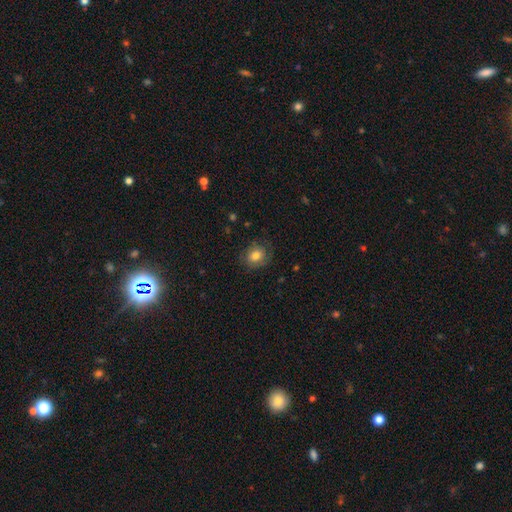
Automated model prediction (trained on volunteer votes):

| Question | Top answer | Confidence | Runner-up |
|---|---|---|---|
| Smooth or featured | smooth | 74% | featured or disk (17%) |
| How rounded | round | 61% | in between (38%) |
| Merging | none | 74% | minor disturbance (18%) |